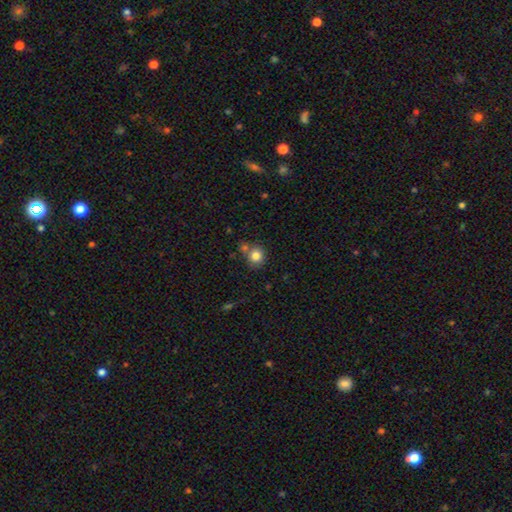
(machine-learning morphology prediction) Overall: smooth (82%). How rounded: round (84%). Merging: none (65%).